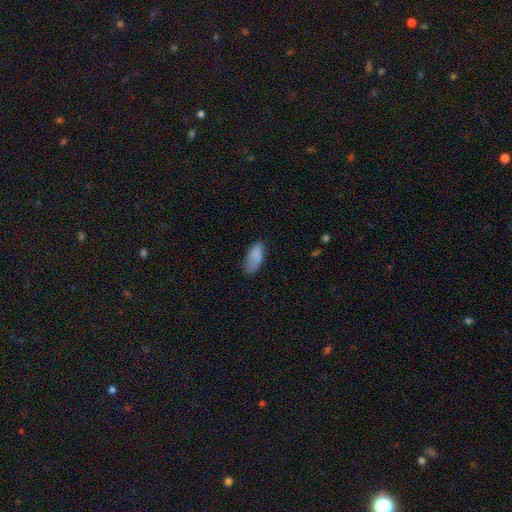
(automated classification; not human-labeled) This is clearly a smooth galaxy (84%). How rounded: clearly in between (88%). Merging: likely none (64%).